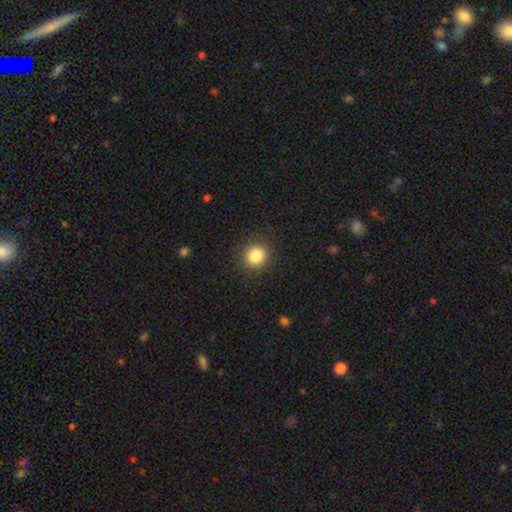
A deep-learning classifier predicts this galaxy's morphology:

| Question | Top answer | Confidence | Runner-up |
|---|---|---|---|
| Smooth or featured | smooth | 85% | star or artifact (10%) |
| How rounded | round | 89% | in between (10%) |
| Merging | none | 90% | minor disturbance (7%) |